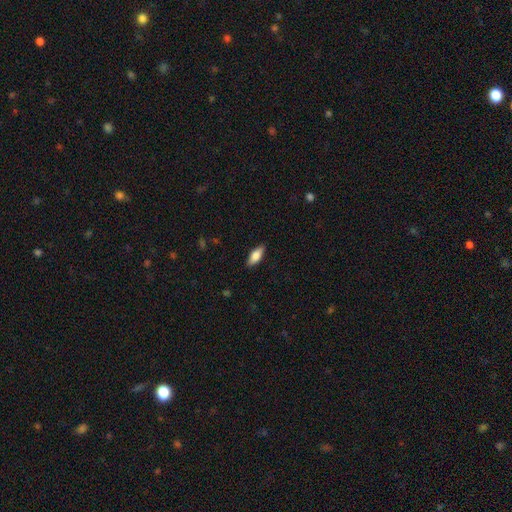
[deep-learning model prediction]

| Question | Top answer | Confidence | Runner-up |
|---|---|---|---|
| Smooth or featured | smooth | 78% | featured or disk (16%) |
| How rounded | in between | 77% | cigar-shaped (21%) |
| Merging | none | 87% | minor disturbance (10%) |